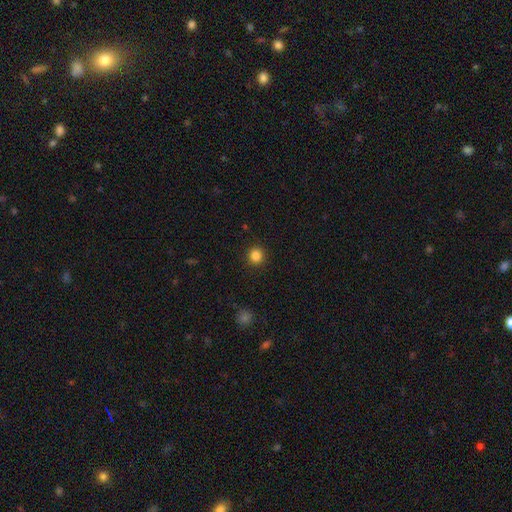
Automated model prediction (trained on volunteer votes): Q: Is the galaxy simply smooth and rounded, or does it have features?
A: smooth — 84%.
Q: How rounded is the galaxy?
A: round — 93%.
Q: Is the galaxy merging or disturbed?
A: none — 92%.